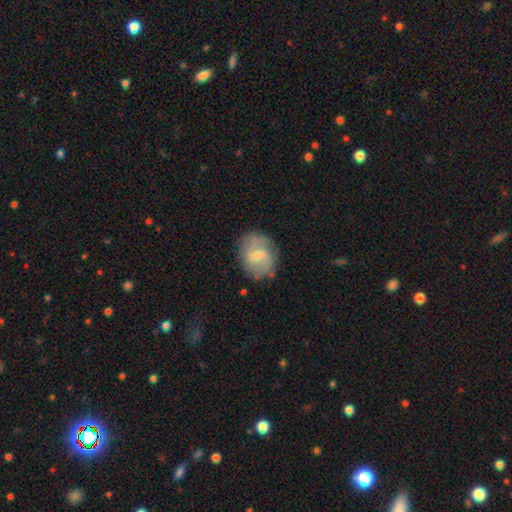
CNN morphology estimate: type=featured or disk (52%); edge-on=no (96%); merging=none (74%).